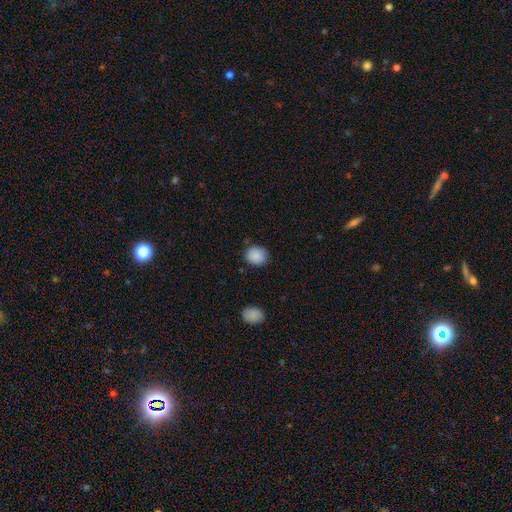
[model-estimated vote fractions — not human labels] Smooth or featured: smooth — 89% (star or artifact — 8%)
How rounded: round — 68% (in between — 31%)
Merging: none — 83% (minor disturbance — 12%)